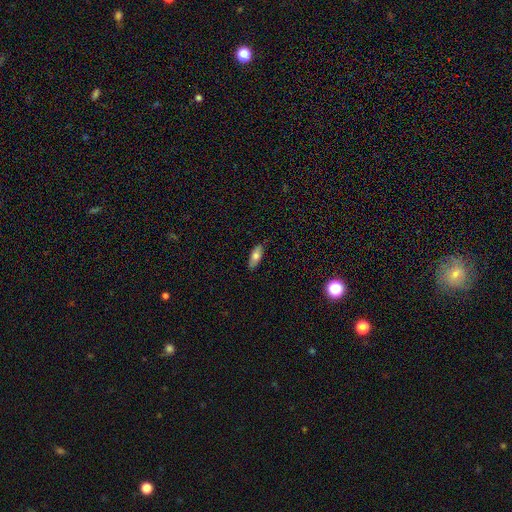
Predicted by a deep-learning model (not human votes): smooth 72%, featured or disk 21%, star or artifact 7%. Down the decision tree: how rounded — in between (76%); merging — none (85%).